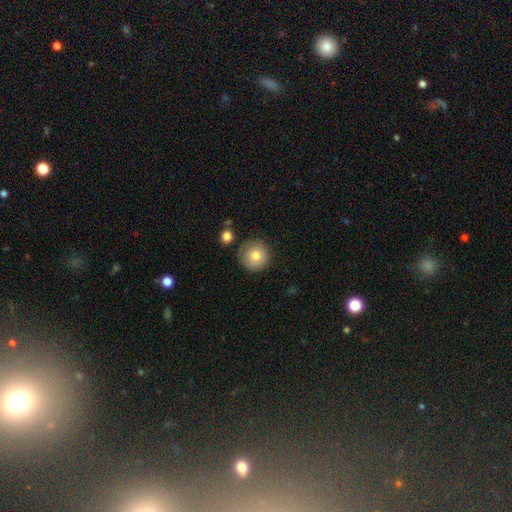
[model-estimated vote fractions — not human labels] smooth-or-featured: smooth: 80% | featured or disk: 11% | star or artifact: 9%
  how-rounded: round: 95% | in between: 4% | cigar-shaped: 1%
  merging: none: 82% | minor disturbance: 11% | merger: 4% | major disturbance: 3%